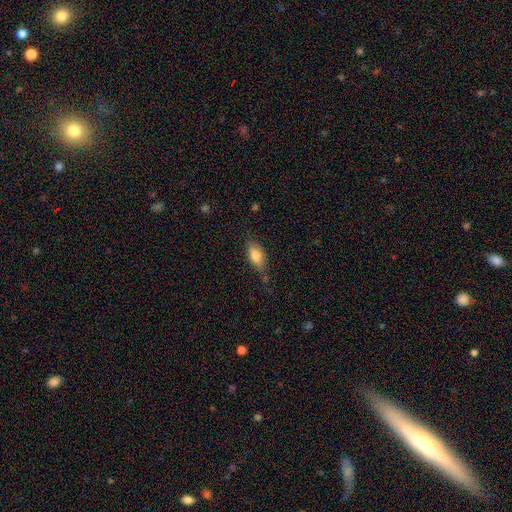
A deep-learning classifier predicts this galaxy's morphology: Smooth or featured: smooth — 75% (featured or disk — 17%)
How rounded: in between — 85% (cigar-shaped — 11%)
Merging: none — 66% (minor disturbance — 24%)